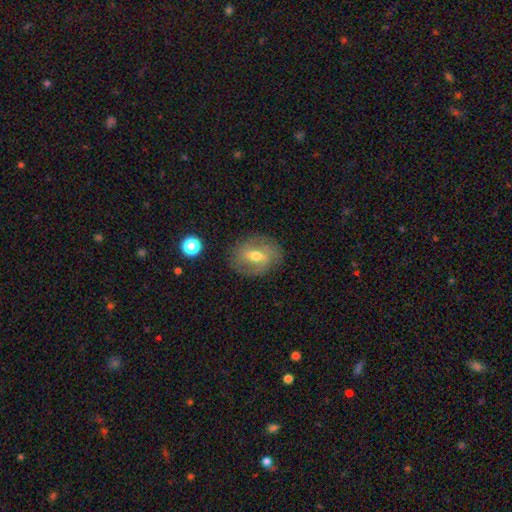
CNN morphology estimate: smooth-or-featured: featured or disk: 59% | smooth: 31% | star or artifact: 10%
  disk-edge-on: no: 93% | yes: 7%
    bar: weak: 47% | strong: 29% | no: 24%
    has-spiral-arms: yes: 69% | no: 31%
    bulge-size: moderate: 70% | small: 24% | large: 4% | none: 1% | dominant: 1%
  merging: none: 78% | minor disturbance: 15% | major disturbance: 5% | merger: 2%